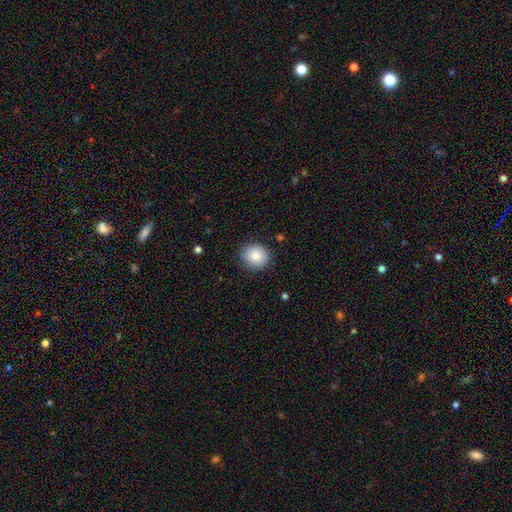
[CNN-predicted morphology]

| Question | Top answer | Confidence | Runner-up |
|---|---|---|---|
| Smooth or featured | smooth | 86% | star or artifact (8%) |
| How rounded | round | 85% | in between (14%) |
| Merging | none | 87% | minor disturbance (10%) |